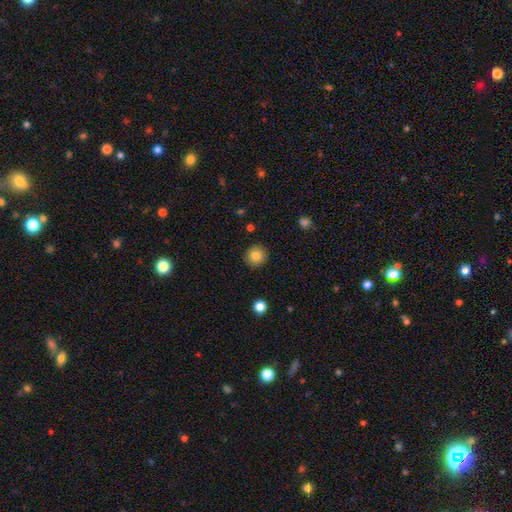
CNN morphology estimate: A smooth galaxy with no disk features (83%) that is round (93%). Merging: none (91%).